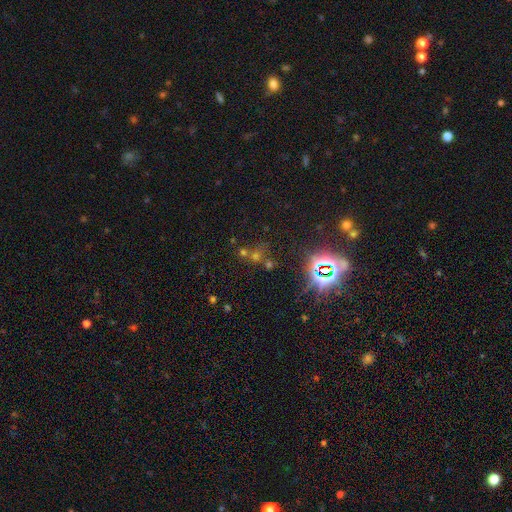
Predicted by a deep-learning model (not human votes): smooth_or_featured: star or artifact (p=0.60) [alt: smooth p=0.28]